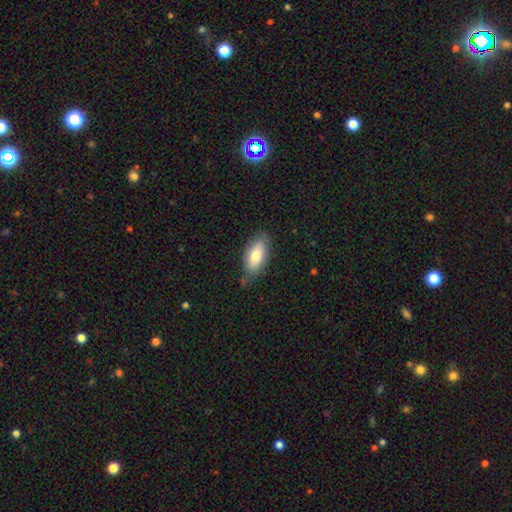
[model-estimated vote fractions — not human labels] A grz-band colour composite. It shows a smooth galaxy with no disk features (76%) that is in between round and cigar-shaped (87%). Merging: none (70%).